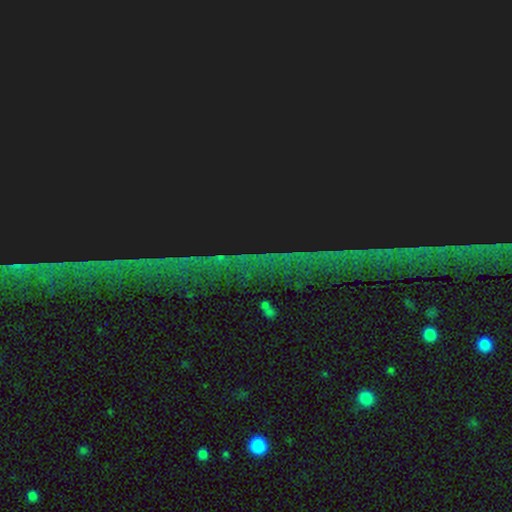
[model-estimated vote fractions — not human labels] A star or artifact, not a galaxy (83%).

Vote fractions:
- Smooth or featured? star or artifact: 83% / smooth: 9% / featured or disk: 8%